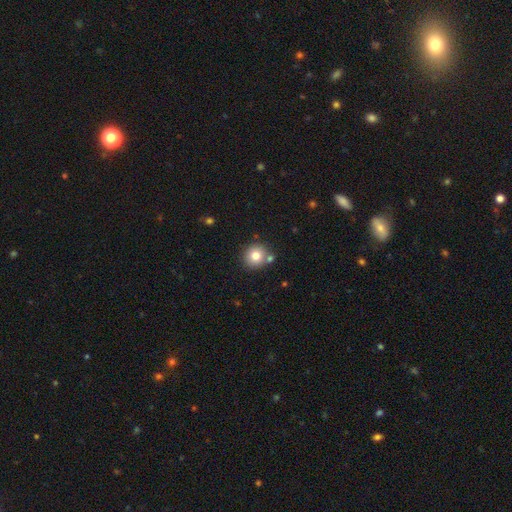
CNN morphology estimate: Overall: smooth (79%). How rounded: round (87%). Merging: none (75%).